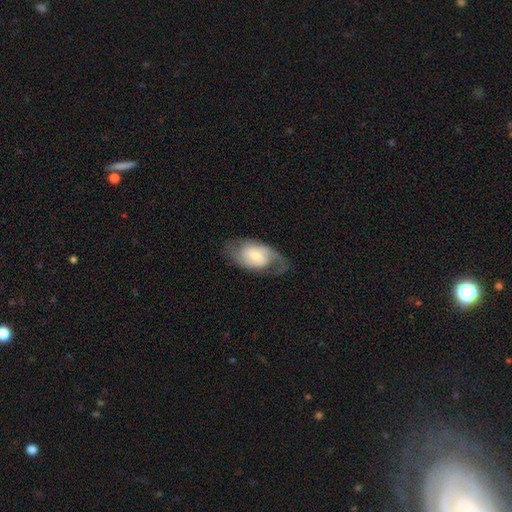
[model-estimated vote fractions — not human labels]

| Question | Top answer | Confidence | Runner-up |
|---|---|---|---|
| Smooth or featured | featured or disk | 75% | smooth (20%) |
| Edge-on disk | no | 95% | yes (5%) |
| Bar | no | 49% | weak (41%) |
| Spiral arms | yes | 91% | no (9%) |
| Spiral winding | medium | 48% | tight (27%) |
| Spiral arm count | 2 | 75% | can't tell (11%) |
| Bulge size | small | 45% | tied: moderate (45%) |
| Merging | none | 70% | minor disturbance (17%) |